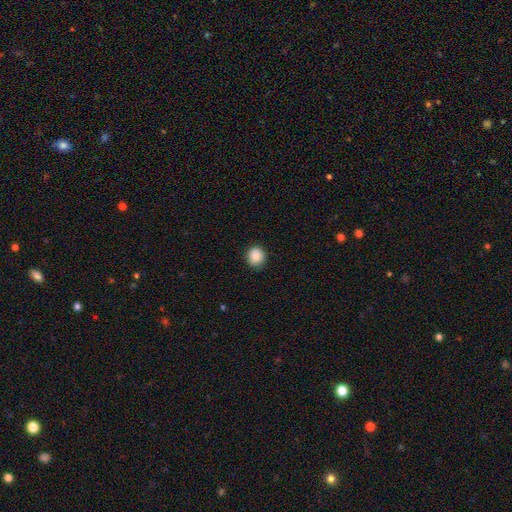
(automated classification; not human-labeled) A smooth galaxy with no disk features (87%) that is round (86%). Merging: none (88%).